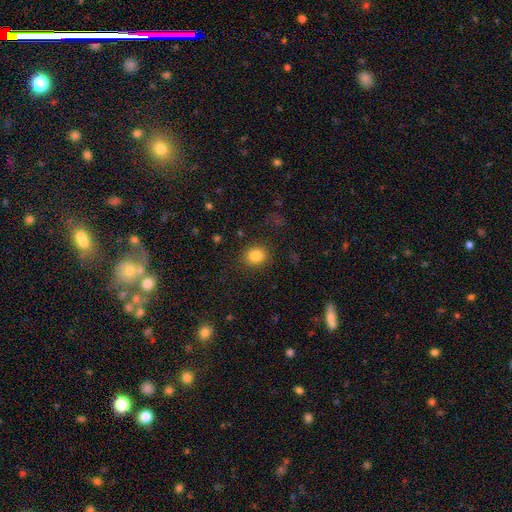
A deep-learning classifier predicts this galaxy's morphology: Smooth or featured? smooth (84%)
How rounded? round (68%)
Merging? none (86%)